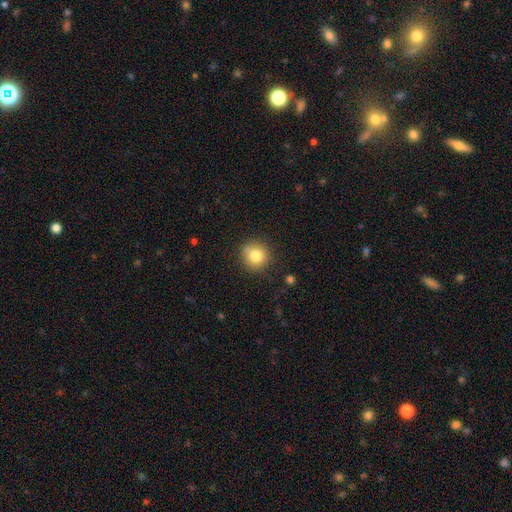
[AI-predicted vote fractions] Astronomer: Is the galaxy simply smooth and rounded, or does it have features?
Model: smooth — 81%.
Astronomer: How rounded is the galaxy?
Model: round — 91%.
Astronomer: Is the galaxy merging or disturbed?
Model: none — 83%.